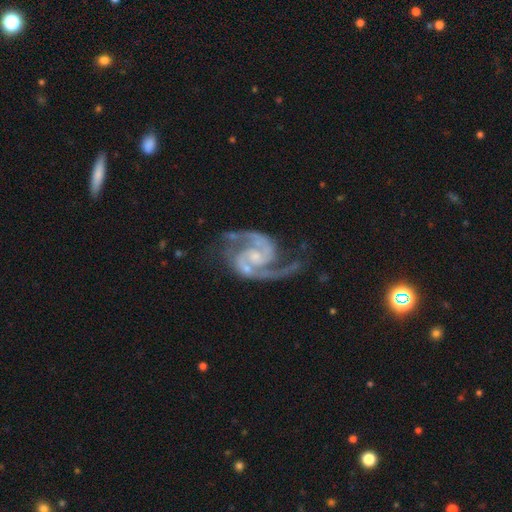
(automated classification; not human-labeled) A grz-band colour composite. It shows a featured or disk galaxy (94%) with no bar (56%), 2 (93%) medium (63%) spiral arms (99%) and a small central bulge (63%). Merging: none (68%).